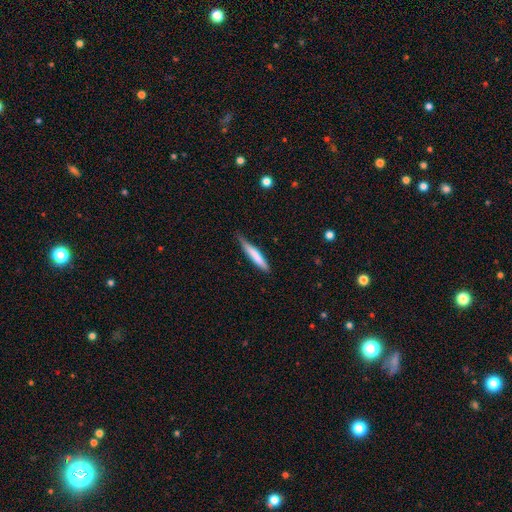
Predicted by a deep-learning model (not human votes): Smooth or featured? smooth (73%)
How rounded? cigar-shaped (93%)
Merging? none (63%)